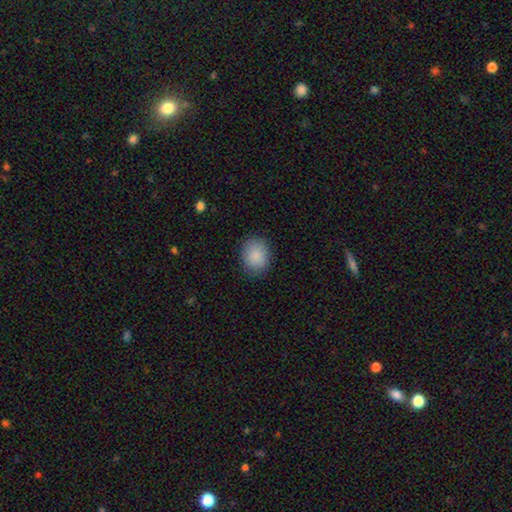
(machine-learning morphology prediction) This is clearly a smooth galaxy (88%). How rounded: possibly round (51%). Merging: clearly none (83%).